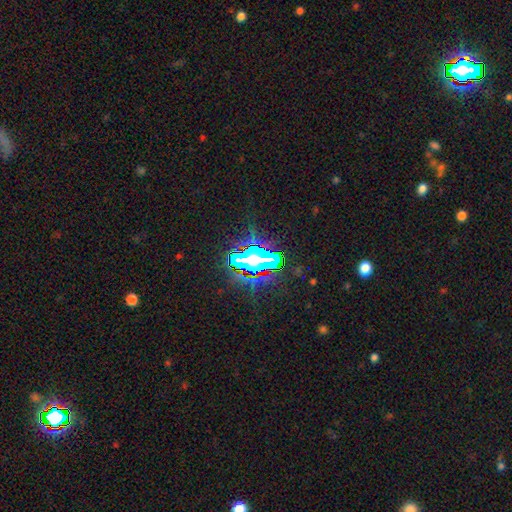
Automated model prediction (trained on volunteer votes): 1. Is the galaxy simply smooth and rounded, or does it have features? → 73% star or artifact, 14% smooth, 13% featured or disk.